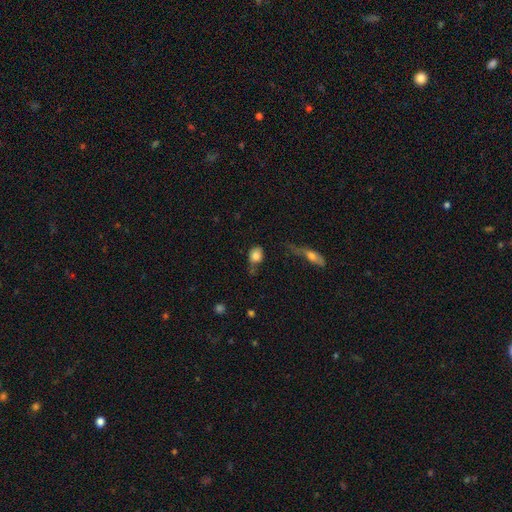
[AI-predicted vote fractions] smooth-or-featured: smooth: 82% | featured or disk: 10% | star or artifact: 9%
  how-rounded: in between: 52% | round: 46% | cigar-shaped: 2%
  merging: none: 49% | minor disturbance: 27% | major disturbance: 12% | merger: 11%